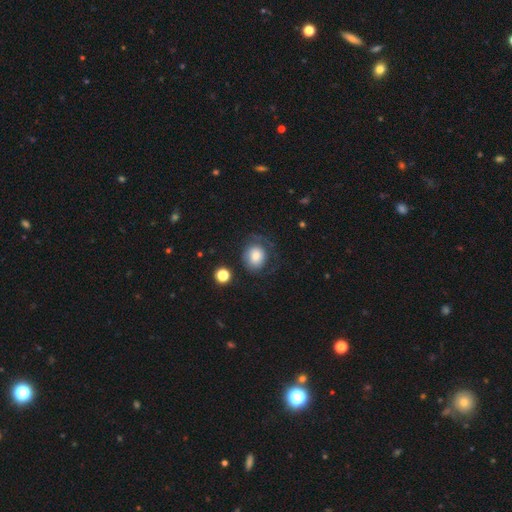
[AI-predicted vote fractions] The model was most divided on "merging": none: 54%, major disturbance: 22%, minor disturbance: 21%, merger: 3%. More confident: smooth or featured — smooth (70%); how rounded — round (66%).